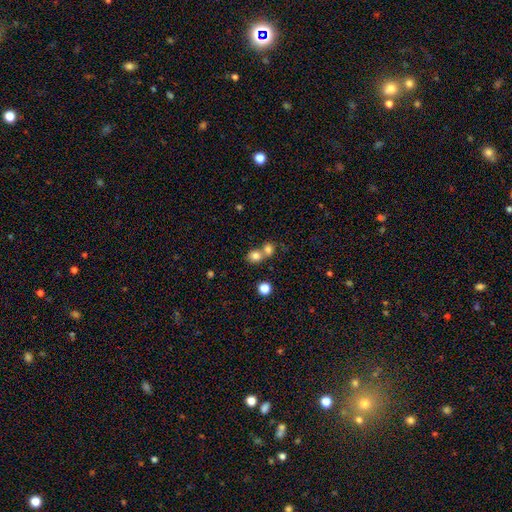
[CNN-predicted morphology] smooth-or-featured: smooth: 79% | star or artifact: 12% | featured or disk: 9%
  how-rounded: round: 70% | in between: 29% | cigar-shaped: 1%
  merging: merger: 55% | none: 36% | minor disturbance: 6% | major disturbance: 3%